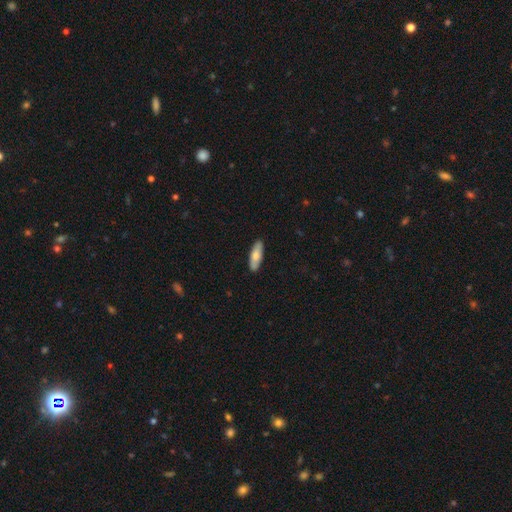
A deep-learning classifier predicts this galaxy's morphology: Smooth or featured: smooth — 72% (featured or disk — 23%)
How rounded: in between — 62% (cigar-shaped — 37%)
Merging: none — 89% (minor disturbance — 8%)